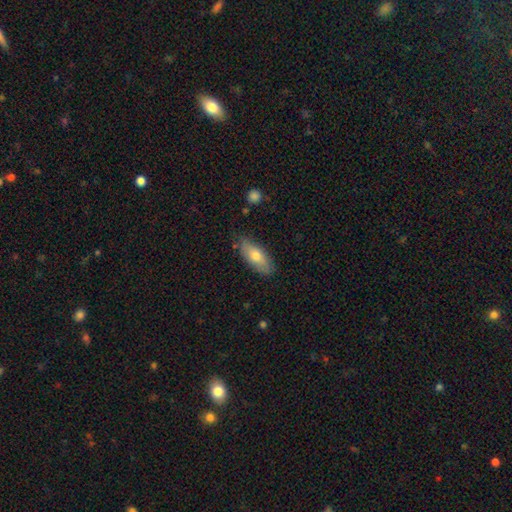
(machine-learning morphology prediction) smooth 70%, featured or disk 24%, star or artifact 6%. Down the decision tree: how rounded — in between (79%); merging — none (78%).